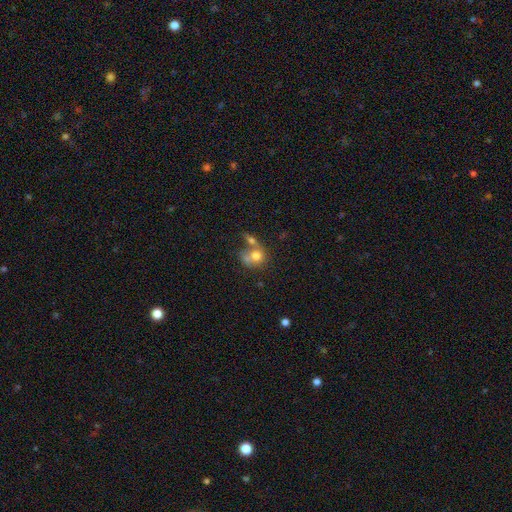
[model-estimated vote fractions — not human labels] smooth_or_featured: smooth (p=0.70) [alt: featured or disk p=0.20]
how_rounded: round (p=0.69) [alt: in between p=0.29]
merging: merger (p=0.54) [alt: none p=0.26]